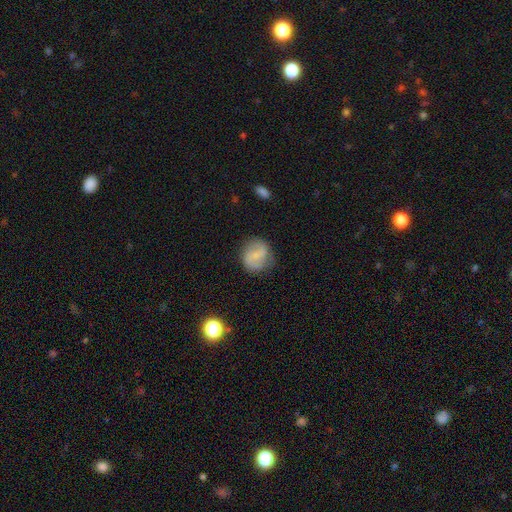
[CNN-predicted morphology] A featured or disk galaxy (46%, tied with smooth).

Vote fractions:
- Smooth or featured? featured or disk: 46% (tied) / smooth: 46% (tied) / star or artifact: 8%
- Merging? none: 75% / minor disturbance: 17% / major disturbance: 6% / merger: 2%